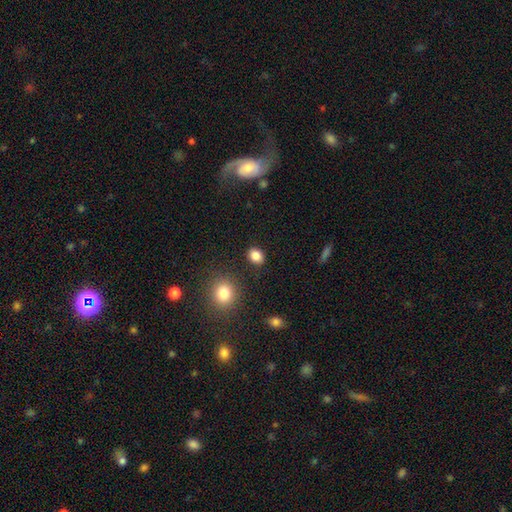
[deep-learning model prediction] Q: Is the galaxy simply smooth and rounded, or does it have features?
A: smooth — 85%.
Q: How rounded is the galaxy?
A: in between — 56%.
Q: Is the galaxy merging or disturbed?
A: none — 87%.